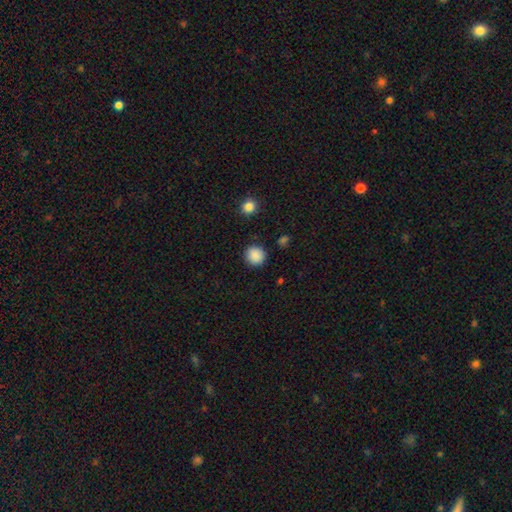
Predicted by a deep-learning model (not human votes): Smooth or featured? Predicted: smooth (p=0.88). How rounded? Predicted: round (p=0.93). Merging? Predicted: none (p=0.90).